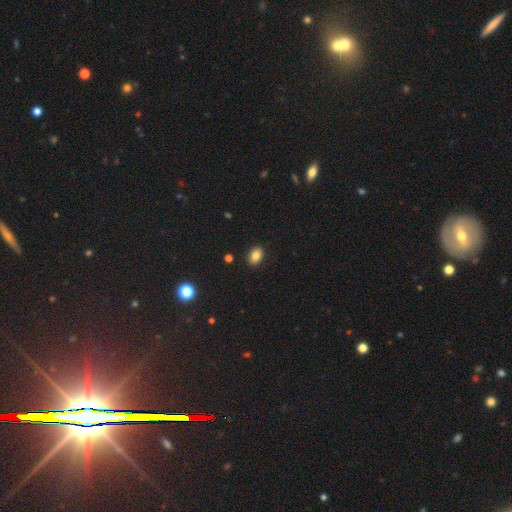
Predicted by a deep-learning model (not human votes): Overall: smooth (83%). How rounded: in between (72%). Merging: none (89%).